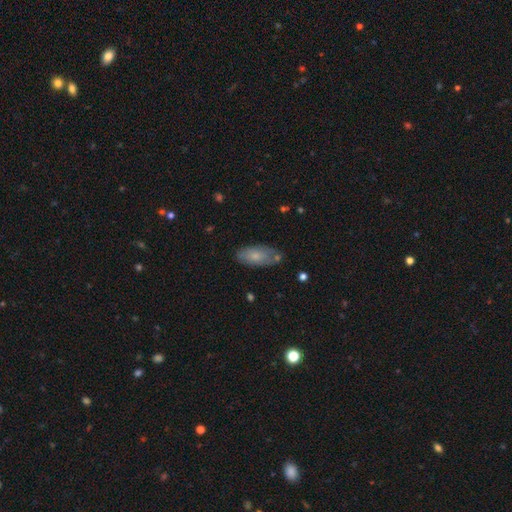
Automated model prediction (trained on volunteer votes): Morphology: type=smooth (72%); roundness=in between (88%); merging=none (69%).